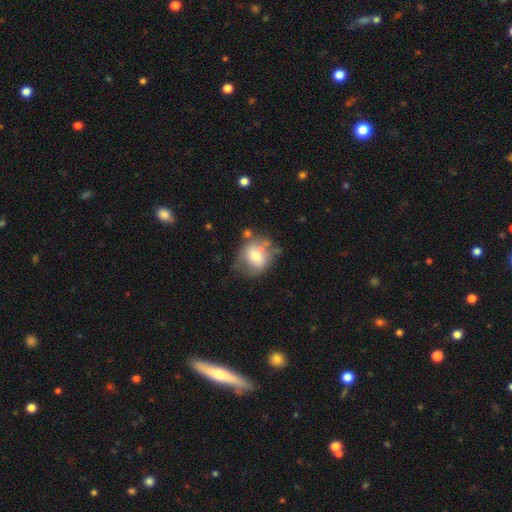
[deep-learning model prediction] Smooth or featured? smooth (56%)
How rounded? round (68%)
Merging? none (44%)